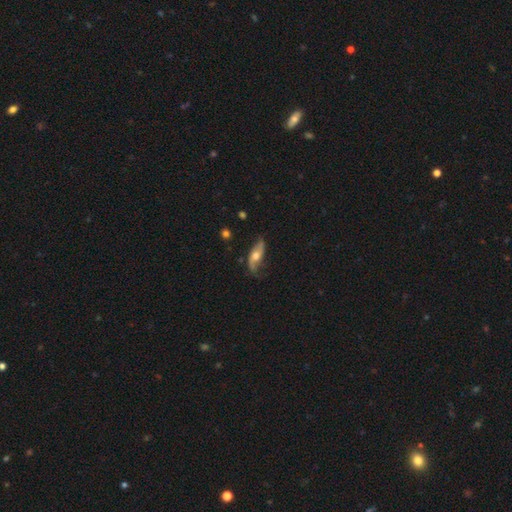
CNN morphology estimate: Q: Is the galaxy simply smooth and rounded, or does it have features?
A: featured or disk — 63%.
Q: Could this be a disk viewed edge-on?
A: no — 75%.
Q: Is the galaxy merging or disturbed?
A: none — 61%.